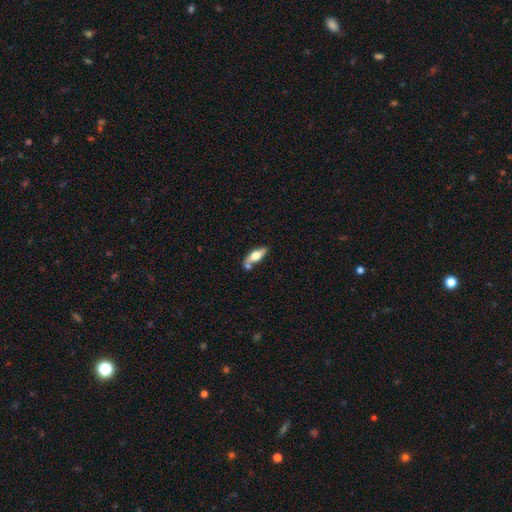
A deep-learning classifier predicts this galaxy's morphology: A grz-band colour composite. It shows a smooth galaxy with no disk features (54%) that is in between round and cigar-shaped (58%). Merging: none (59%).